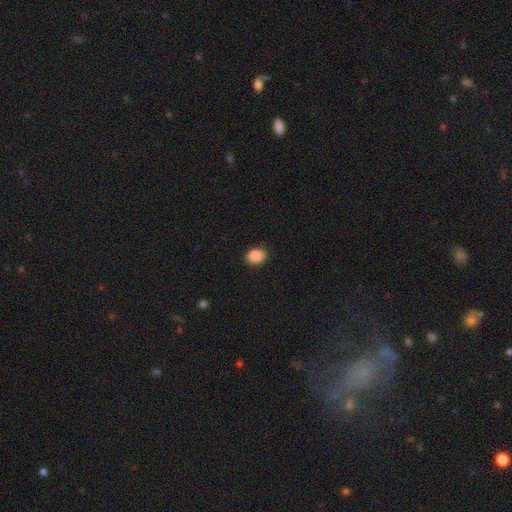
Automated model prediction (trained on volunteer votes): Smooth or featured? Predicted: smooth (p=0.88). How rounded? Predicted: round (p=0.51). Merging? Predicted: none (p=0.87).